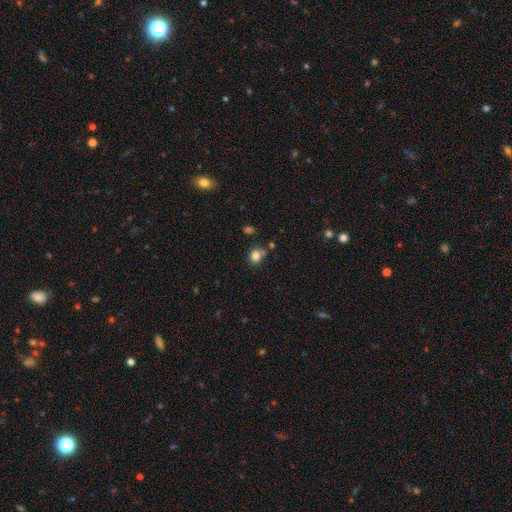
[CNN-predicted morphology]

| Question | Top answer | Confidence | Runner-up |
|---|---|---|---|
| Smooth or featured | smooth | 82% | star or artifact (12%) |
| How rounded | round | 62% | in between (37%) |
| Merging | none | 66% | minor disturbance (17%) |